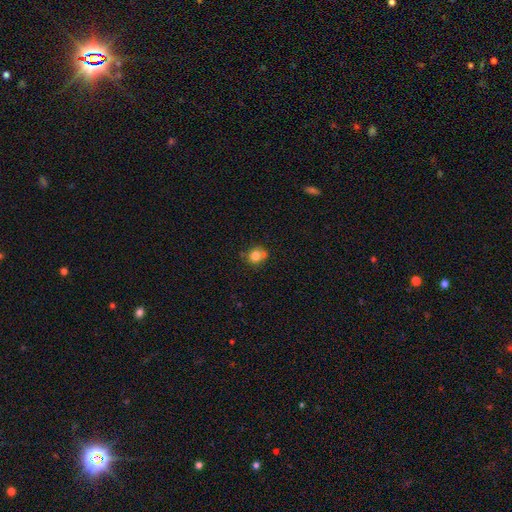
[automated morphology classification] A smooth galaxy with no disk features (78%) that is round (75%). Merging: none (59%).